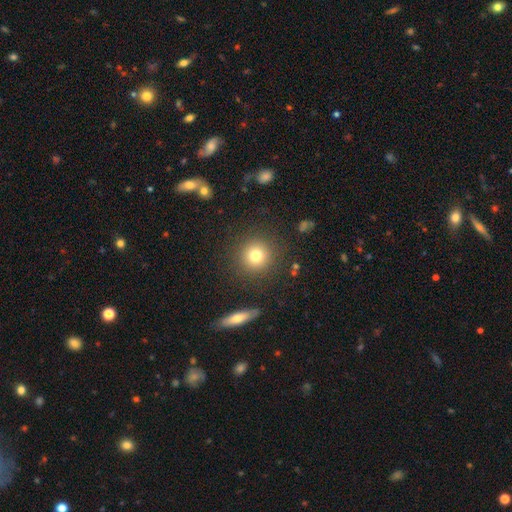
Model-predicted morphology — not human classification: Smooth or featured?
  - smooth: 78% *
  - star or artifact: 13%
  - featured or disk: 10%
How rounded?
  - round: 93% *
  - in between: 6%
  - cigar-shaped: 1%
Merging?
  - none: 88% *
  - minor disturbance: 7%
  - major disturbance: 3%
  - merger: 2%